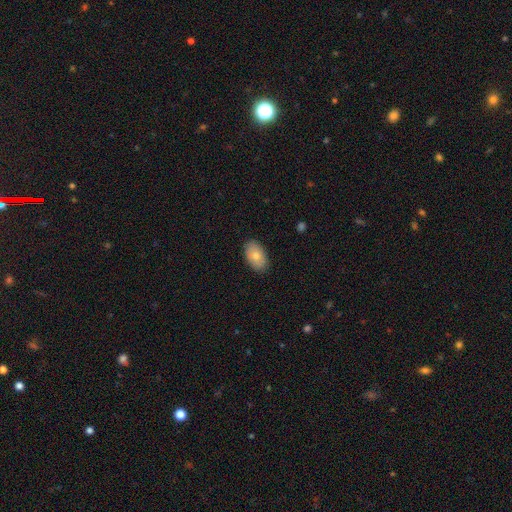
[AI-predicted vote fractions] A smooth galaxy with no disk features (76%) that is in between round and cigar-shaped (92%).

Vote fractions:
- Smooth or featured? smooth: 76% / featured or disk: 17% / star or artifact: 7%
- How rounded? in between: 92% / round: 6% / cigar-shaped: 1%
- Merging? none: 88% / minor disturbance: 9% / major disturbance: 2% / merger: 1%